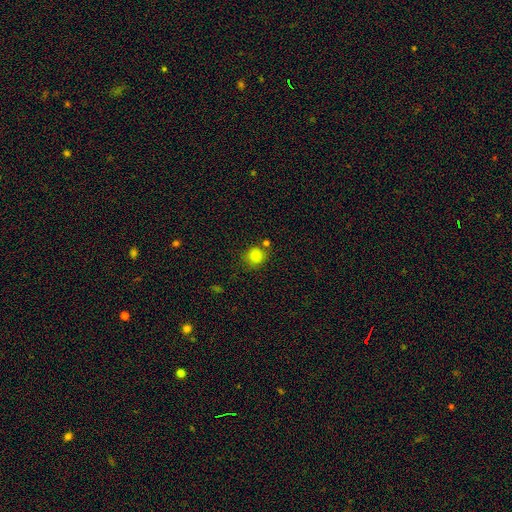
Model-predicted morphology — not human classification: Smooth or featured?
  - smooth: 83% *
  - star or artifact: 11%
  - featured or disk: 6%
How rounded?
  - round: 87% *
  - in between: 12%
  - cigar-shaped: 1%
Merging?
  - none: 75% *
  - minor disturbance: 11%
  - merger: 11%
  - major disturbance: 3%